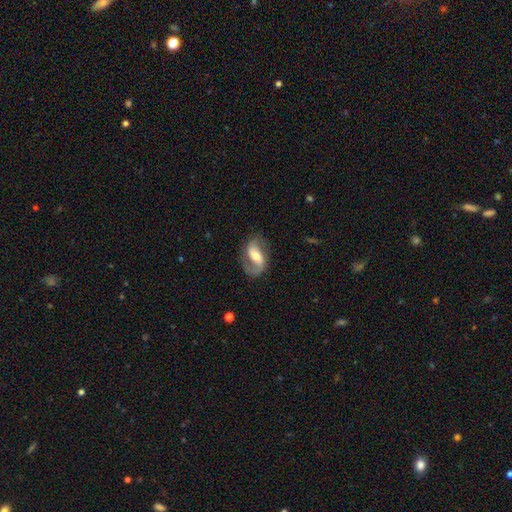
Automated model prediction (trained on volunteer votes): smooth-or-featured: featured or disk: 79% | smooth: 15% | star or artifact: 5%
  disk-edge-on: no: 97% | yes: 3%
    bar: weak: 39% | strong: 37% | no: 24%
    has-spiral-arms: yes: 93% | no: 7%
      spiral-winding: medium: 44% | loose: 41% | tight: 15%
      spiral-arm-count: 2: 80% | 1: 13% | can't tell: 4% | 3: 1% | 4: 1% | more than 4: 1%
    bulge-size: moderate: 53% | small: 31% | large: 11% | none: 4% | dominant: 2%
  merging: none: 72% | minor disturbance: 16% | major disturbance: 10% | merger: 1%